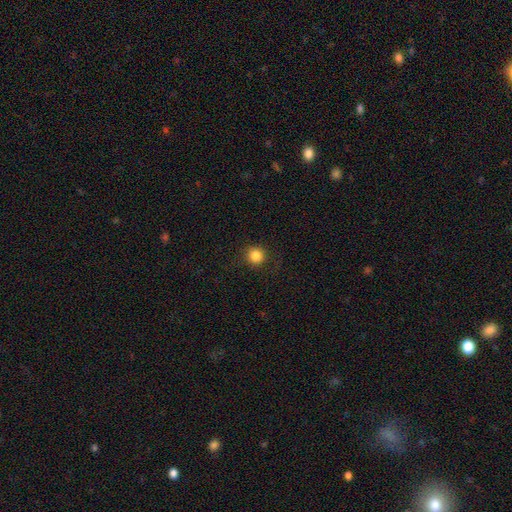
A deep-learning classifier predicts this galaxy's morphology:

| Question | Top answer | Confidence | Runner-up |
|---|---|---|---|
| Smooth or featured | smooth | 84% | star or artifact (11%) |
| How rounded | round | 92% | in between (7%) |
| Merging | none | 87% | minor disturbance (8%) |